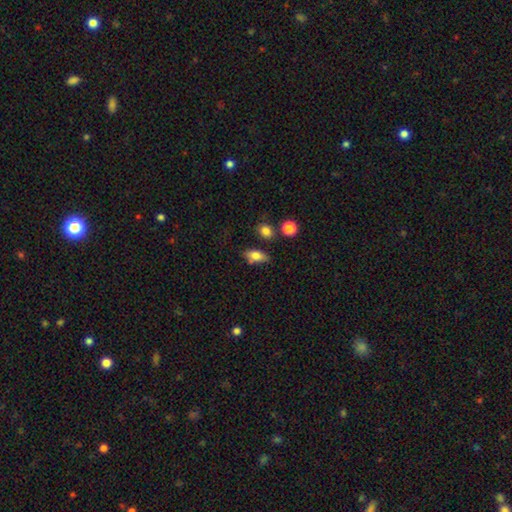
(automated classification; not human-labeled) Smooth or featured: smooth — 76% (featured or disk — 15%)
How rounded: in between — 82% (cigar-shaped — 11%)
Merging: none — 70% (minor disturbance — 18%)